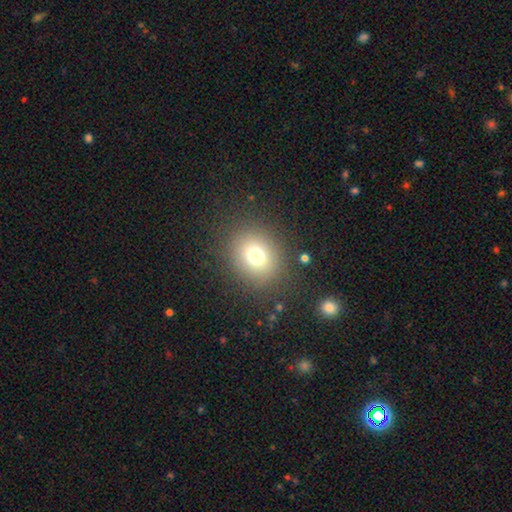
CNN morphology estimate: Overall: smooth (73%). How rounded: round (74%). Merging: none (84%).